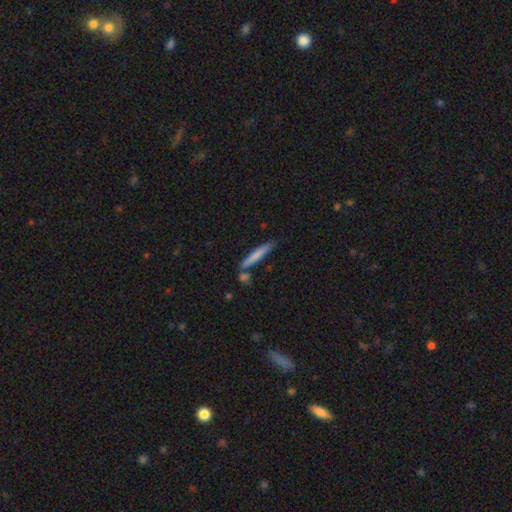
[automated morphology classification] Smooth or featured? smooth (68%)
How rounded? cigar-shaped (94%)
Merging? none (77%)